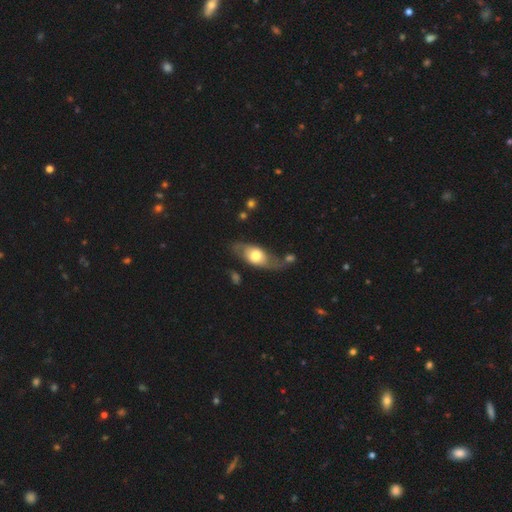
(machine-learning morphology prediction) smooth 50%, featured or disk 44%, star or artifact 6%. Down the decision tree: how rounded — in between (82%); merging — none (48%).